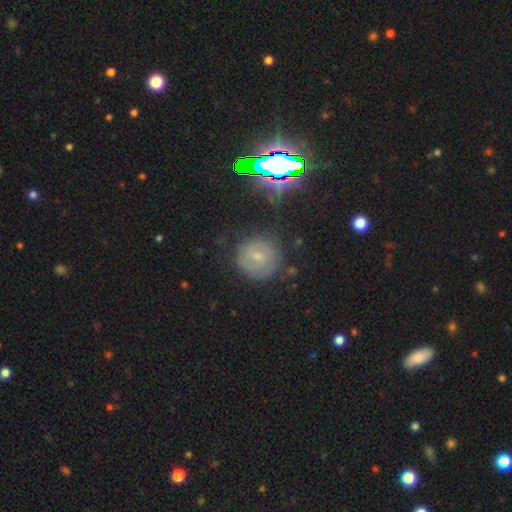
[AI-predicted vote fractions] A smooth galaxy with no disk features (51%) that is round (92%). Merging: none (80%).